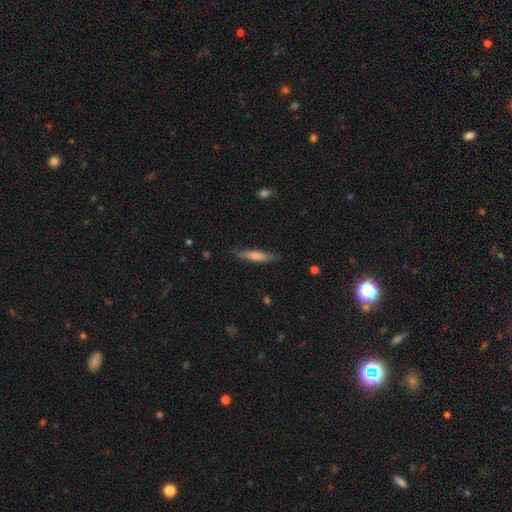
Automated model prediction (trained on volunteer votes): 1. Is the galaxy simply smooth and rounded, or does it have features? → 56% smooth, 37% featured or disk, 7% star or artifact.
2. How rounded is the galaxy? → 88% cigar-shaped, 11% in between, 2% round.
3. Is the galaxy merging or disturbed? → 86% none, 11% minor disturbance, 2% major disturbance, 1% merger.